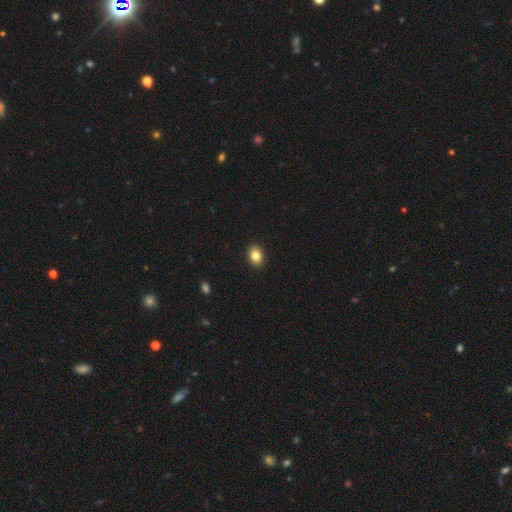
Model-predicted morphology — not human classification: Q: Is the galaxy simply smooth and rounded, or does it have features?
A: smooth — 84%.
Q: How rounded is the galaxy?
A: in between — 74%.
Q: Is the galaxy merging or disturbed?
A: none — 91%.